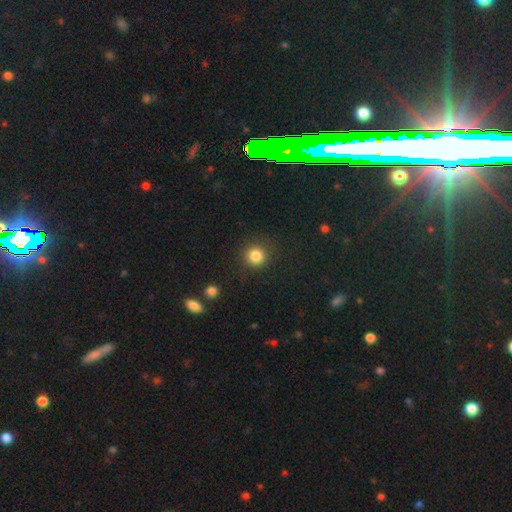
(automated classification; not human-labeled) This appears to be a smooth galaxy with no disk features (84%) that is round (92%). Merging: none (88%).